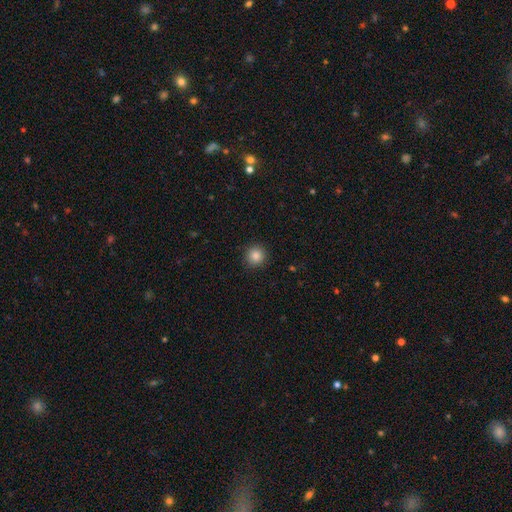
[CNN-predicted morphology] smooth-or-featured: smooth: 86% | star or artifact: 10% | featured or disk: 4%
  how-rounded: round: 93% | in between: 6% | cigar-shaped: 1%
  merging: none: 91% | minor disturbance: 6% | major disturbance: 2% | merger: 1%